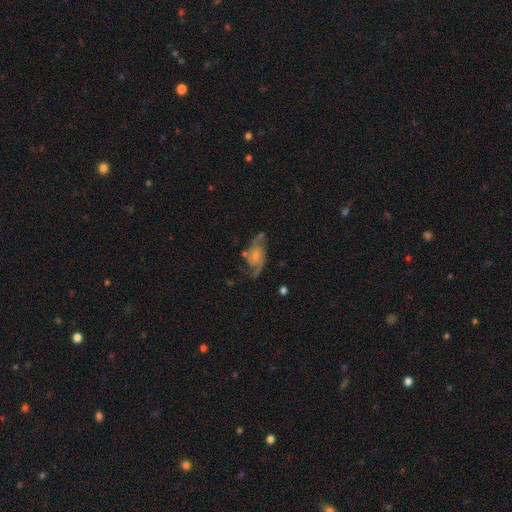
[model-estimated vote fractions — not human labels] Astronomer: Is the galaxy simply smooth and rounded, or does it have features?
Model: featured or disk — 82%.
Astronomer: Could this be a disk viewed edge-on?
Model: no — 96%.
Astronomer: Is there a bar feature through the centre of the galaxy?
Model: no — 63%.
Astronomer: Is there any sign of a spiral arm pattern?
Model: yes — 95%.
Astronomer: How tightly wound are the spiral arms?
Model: loose — 48% (runner-up: medium, 40%).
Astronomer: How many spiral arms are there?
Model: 2 — 88%.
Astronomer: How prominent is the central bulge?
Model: small — 49% (runner-up: moderate, 26%).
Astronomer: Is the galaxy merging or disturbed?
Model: none — 60%.